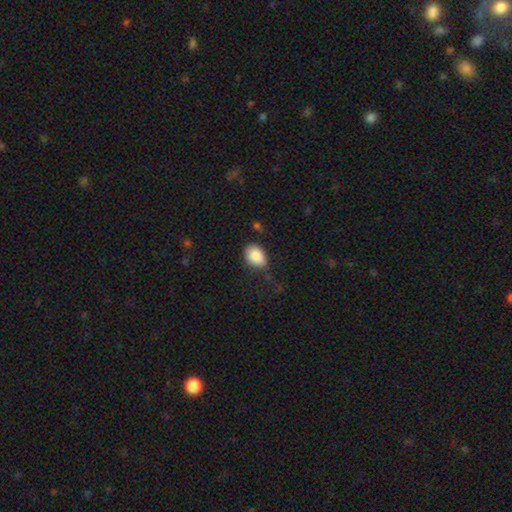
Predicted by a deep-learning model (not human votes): Overall: smooth (87%). How rounded: in between (78%). Merging: none (67%).